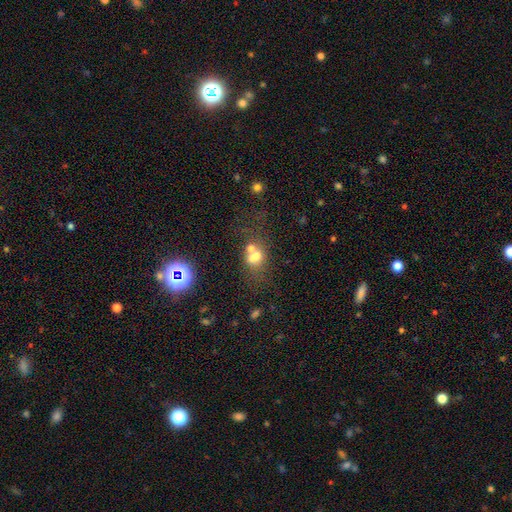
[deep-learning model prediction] Q: Smooth or featured?
A: smooth (61%); runner-up: featured or disk (22%)
Q: How rounded?
A: in between (50%); runner-up: round (48%)
Q: Merging?
A: merger (52%); runner-up: none (30%)